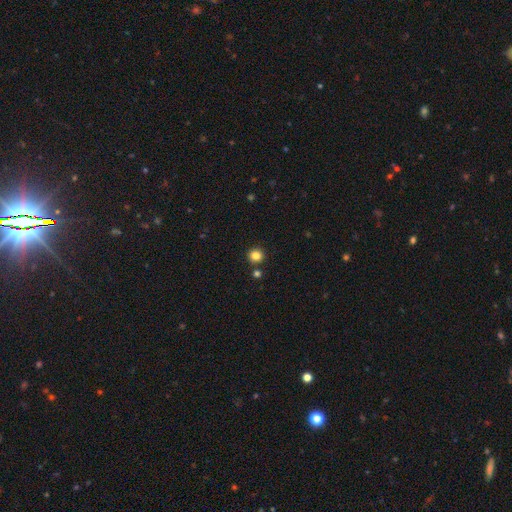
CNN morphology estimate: The model was most divided on "smooth or featured": smooth: 83%, star or artifact: 12%, featured or disk: 4%. More confident: how rounded — round (92%); merging — none (87%).